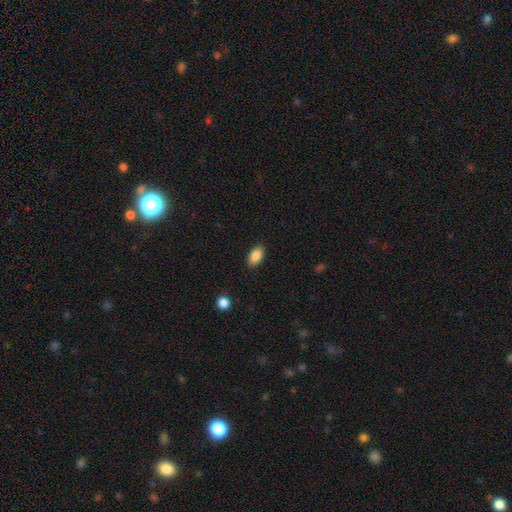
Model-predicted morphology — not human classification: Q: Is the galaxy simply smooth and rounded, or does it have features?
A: smooth — 88%.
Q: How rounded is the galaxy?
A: in between — 93%.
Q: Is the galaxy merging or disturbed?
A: none — 88%.